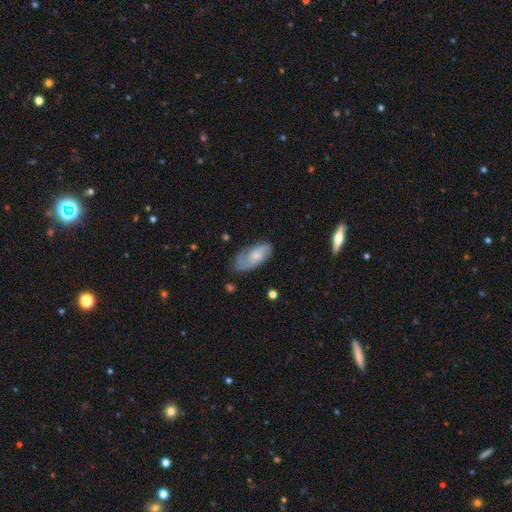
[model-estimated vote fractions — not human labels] Smooth or featured?
  - featured or disk: 57% *
  - smooth: 36%
  - star or artifact: 6%
Edge-on disk?
  - no: 93% *
  - yes: 7%
Bar?
  - no: 66% *
  - weak: 29%
  - strong: 5%
Spiral arms?
  - yes: 87% *
  - no: 13%
Bulge size?
  - small: 46% *
  - moderate: 41%
  - none: 7%
  - large: 5%
  - dominant: 1%
Merging?
  - none: 60% *
  - minor disturbance: 26%
  - major disturbance: 12%
  - merger: 2%